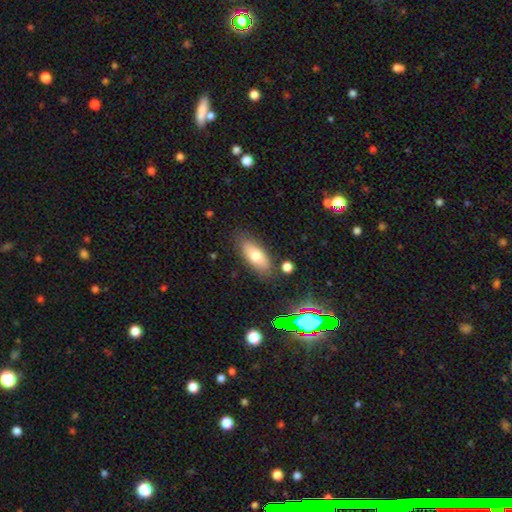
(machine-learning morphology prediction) Smooth or featured?
  - smooth: 73% *
  - featured or disk: 19%
  - star or artifact: 8%
How rounded?
  - in between: 80% *
  - cigar-shaped: 17%
  - round: 3%
Merging?
  - none: 81% *
  - minor disturbance: 13%
  - merger: 3%
  - major disturbance: 3%